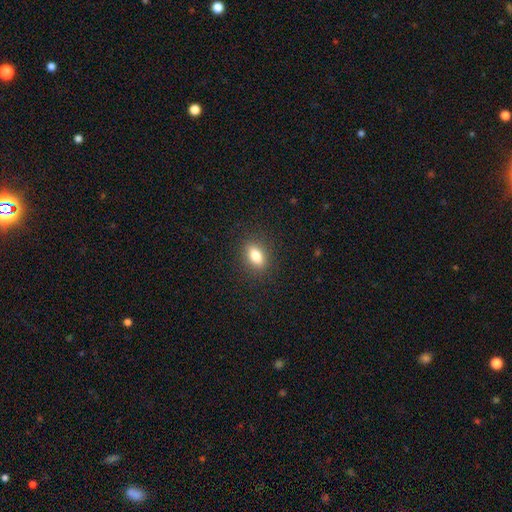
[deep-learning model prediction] A smooth galaxy with no disk features (81%) that is in between round and cigar-shaped (80%).

Vote fractions:
- Smooth or featured? smooth: 81% / featured or disk: 10% / star or artifact: 9%
- How rounded? in between: 80% / round: 12% / cigar-shaped: 8%
- Merging? none: 88% / minor disturbance: 8% / major disturbance: 3% / merger: 1%